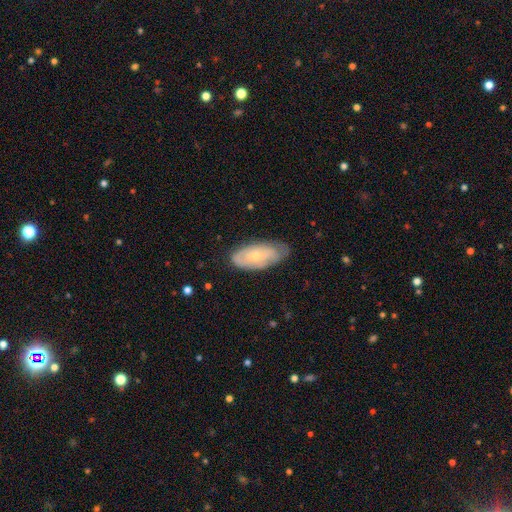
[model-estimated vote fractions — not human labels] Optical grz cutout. It shows a smooth galaxy with no disk features (49%). Merging: none (65%).